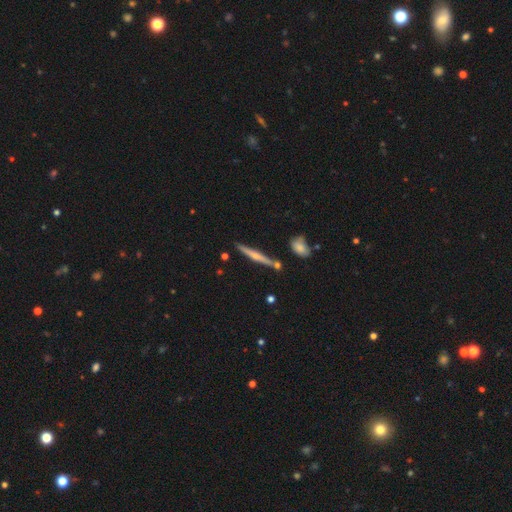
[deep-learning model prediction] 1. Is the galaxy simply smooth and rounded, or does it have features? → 56% featured or disk, 38% smooth, 6% star or artifact.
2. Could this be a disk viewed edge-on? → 97% yes, 3% no.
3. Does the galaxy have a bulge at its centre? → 57% rounded, 33% none, 11% boxy.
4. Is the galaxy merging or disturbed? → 81% none, 10% minor disturbance, 7% merger, 2% major disturbance.